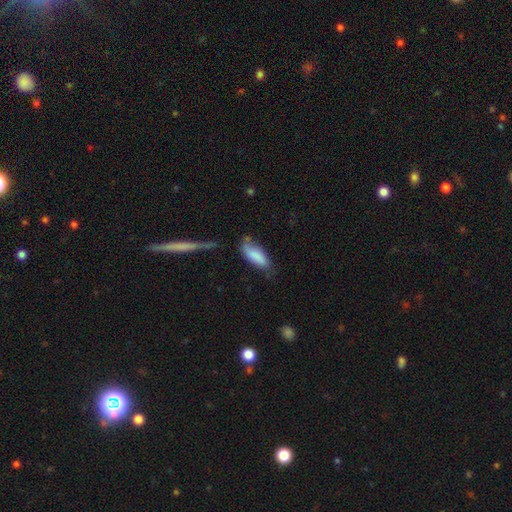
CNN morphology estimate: Overall: smooth (81%). How rounded: in between (73%). Merging: none (51%; minor disturbance 31%).